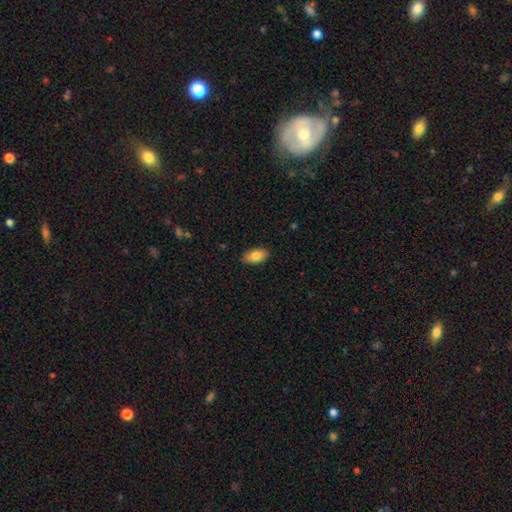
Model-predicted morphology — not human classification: Smooth or featured: smooth — 83% (featured or disk — 10%)
How rounded: in between — 93% (round — 4%)
Merging: none — 88% (minor disturbance — 9%)